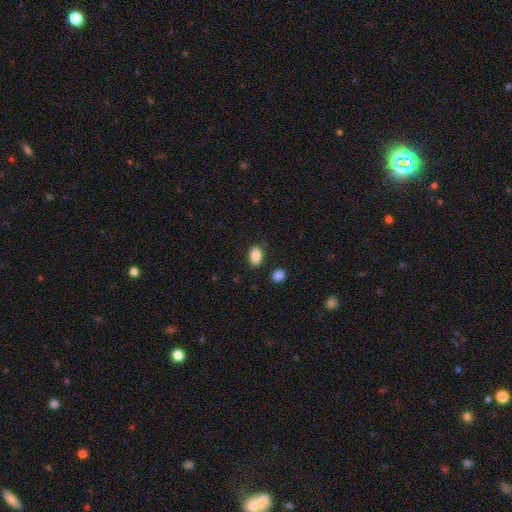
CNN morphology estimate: Smooth or featured: smooth — 88% (star or artifact — 8%)
How rounded: in between — 89% (round — 9%)
Merging: none — 82% (minor disturbance — 12%)